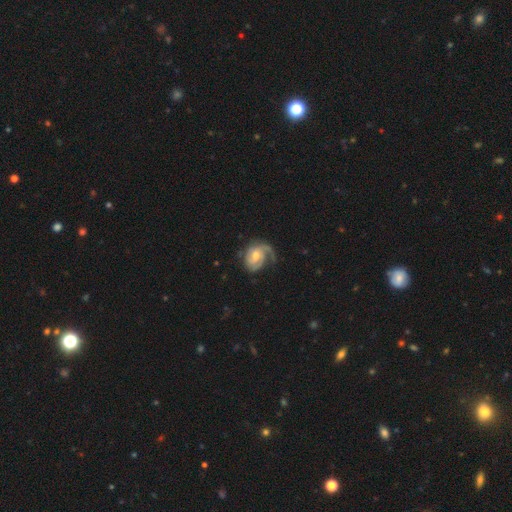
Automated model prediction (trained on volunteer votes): smooth_or_featured: featured or disk (p=0.83) [alt: smooth p=0.12]
disk_edge_on: no (p=0.98) [alt: yes p=0.02]
bar: no (p=0.52) [alt: weak p=0.40]
has_spiral_arms: yes (p=0.96) [alt: no p=0.04]
spiral_winding: tight (p=0.45) [alt: medium p=0.39]
spiral_arm_count: 2 (p=0.43) [alt: 1 p=0.29]
bulge_size: moderate (p=0.62) [alt: small p=0.25]
merging: none (p=0.54) [alt: minor disturbance p=0.24]